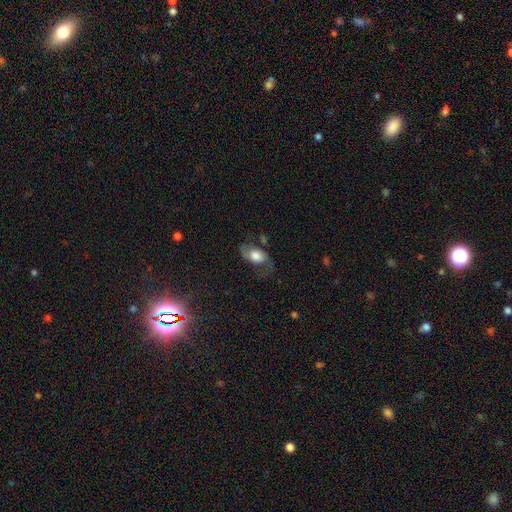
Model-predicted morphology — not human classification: Smooth or featured: featured or disk — 48% (smooth — 45%)
Merging: none — 50% (minor disturbance — 23%)